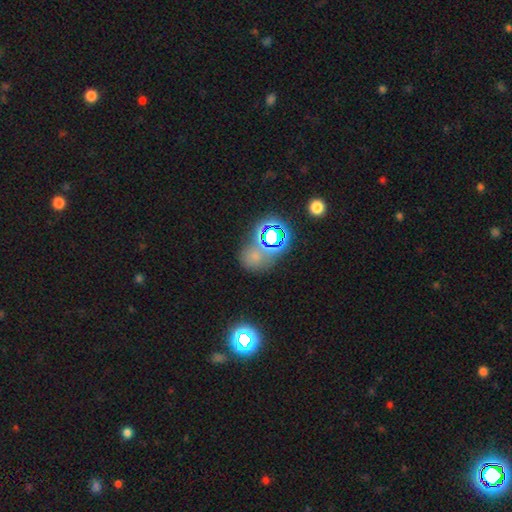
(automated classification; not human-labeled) Smooth or featured? smooth (44%, tied with star or artifact)
Merging? none (55%)